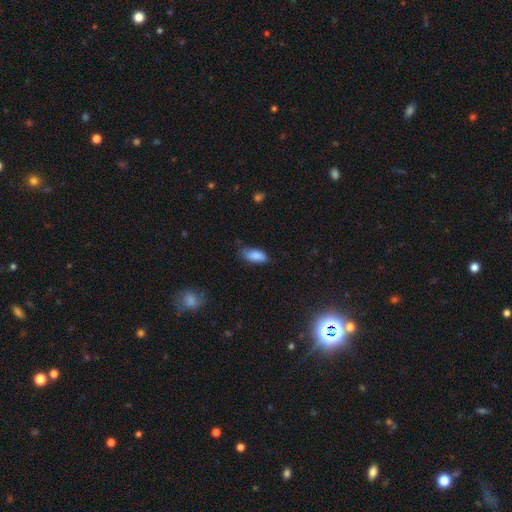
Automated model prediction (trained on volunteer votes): smooth-or-featured: smooth: 86% | featured or disk: 7% | star or artifact: 7%
  how-rounded: in between: 86% | cigar-shaped: 12% | round: 2%
  merging: none: 64% | minor disturbance: 28% | major disturbance: 5% | merger: 2%